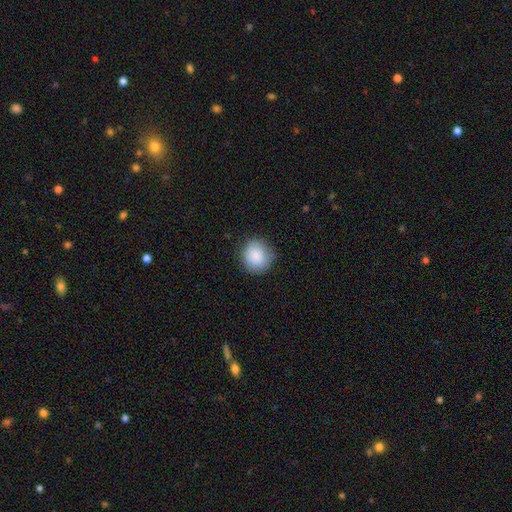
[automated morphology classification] Smooth or featured: smooth — 87% (star or artifact — 7%)
How rounded: round — 87% (in between — 12%)
Merging: none — 81% (minor disturbance — 14%)